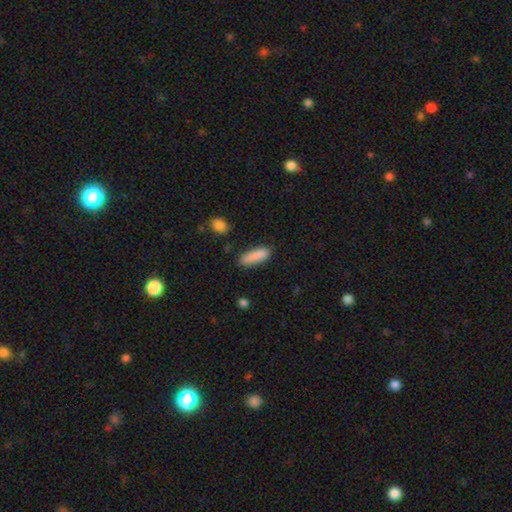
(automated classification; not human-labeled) smooth 88%, star or artifact 7%, featured or disk 5%. Down the decision tree: how rounded — in between (55%); merging — none (82%).